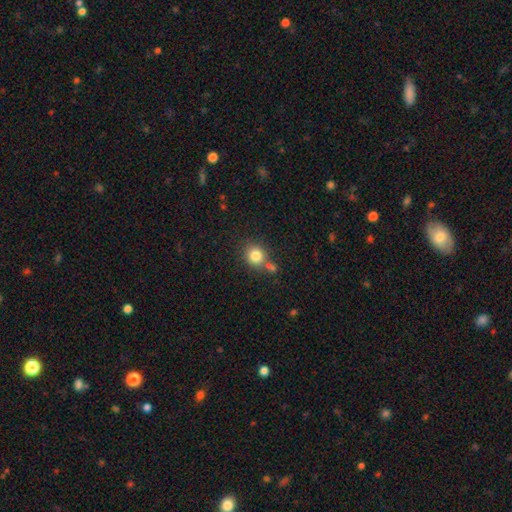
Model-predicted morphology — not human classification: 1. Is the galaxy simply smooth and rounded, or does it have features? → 81% smooth, 11% star or artifact, 8% featured or disk.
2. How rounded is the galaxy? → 83% round, 16% in between, 1% cigar-shaped.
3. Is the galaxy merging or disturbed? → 65% none, 18% merger, 13% minor disturbance, 4% major disturbance.